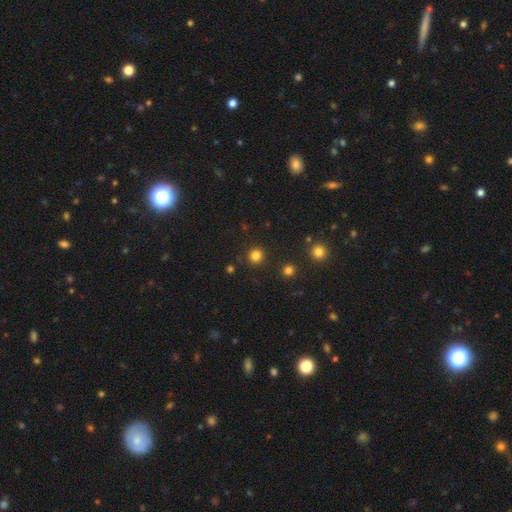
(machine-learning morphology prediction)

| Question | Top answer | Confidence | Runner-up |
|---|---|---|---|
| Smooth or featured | smooth | 82% | star or artifact (14%) |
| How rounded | round | 93% | in between (6%) |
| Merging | none | 90% | minor disturbance (6%) |